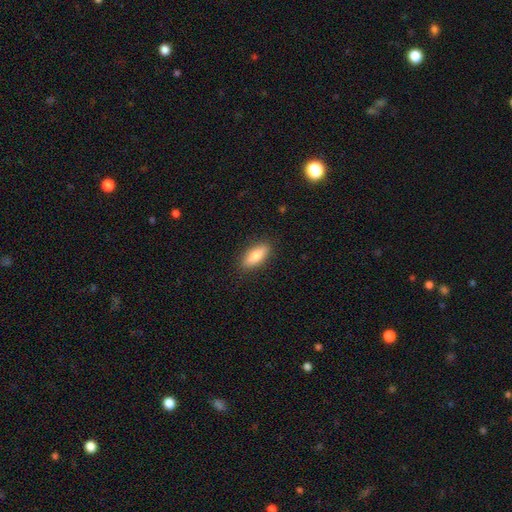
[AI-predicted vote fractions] Q: Smooth or featured?
A: smooth (79%); runner-up: featured or disk (15%)
Q: How rounded?
A: in between (67%); runner-up: cigar-shaped (31%)
Q: Merging?
A: none (88%); runner-up: minor disturbance (9%)